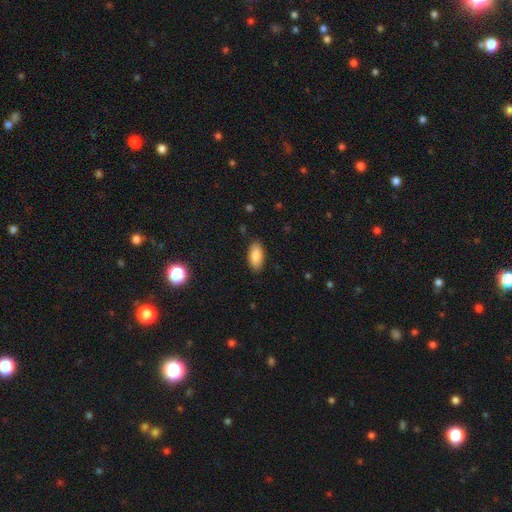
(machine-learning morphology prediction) type=smooth (86%); roundness=in between (90%); merging=none (86%).